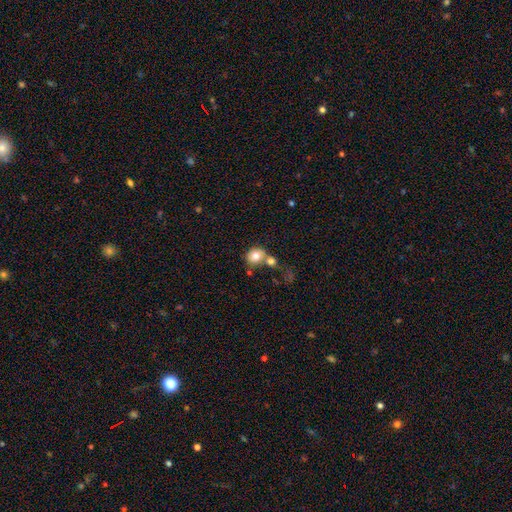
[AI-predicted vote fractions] smooth_or_featured: smooth (p=0.78) [alt: featured or disk p=0.12]
how_rounded: round (p=0.74) [alt: in between p=0.25]
merging: none (p=0.47) [alt: merger p=0.36]